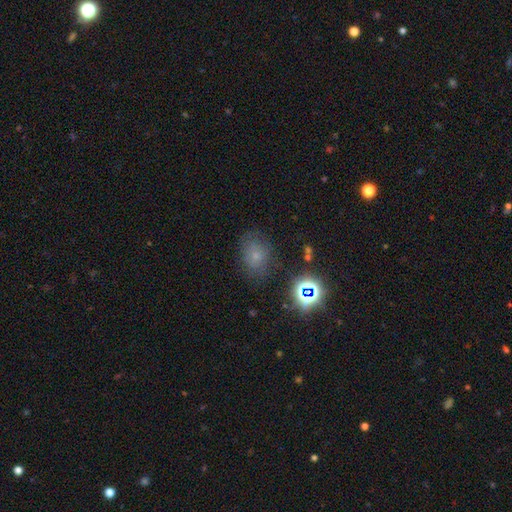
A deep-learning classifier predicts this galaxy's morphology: This is likely a smooth galaxy (61%). How rounded: possibly in between (55%). Merging: likely none (71%).